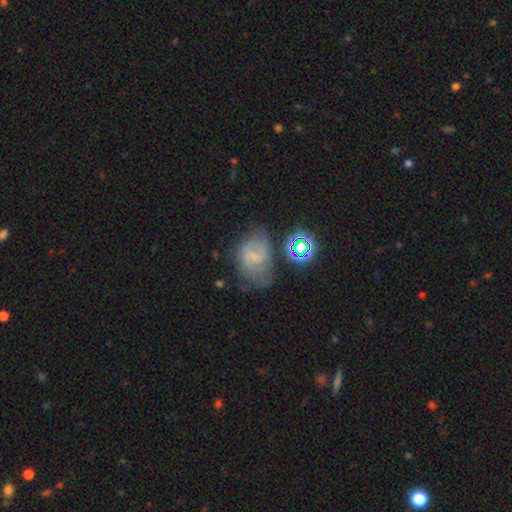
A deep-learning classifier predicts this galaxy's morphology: This appears to be a featured or disk galaxy (52%). Merging: none (47%).